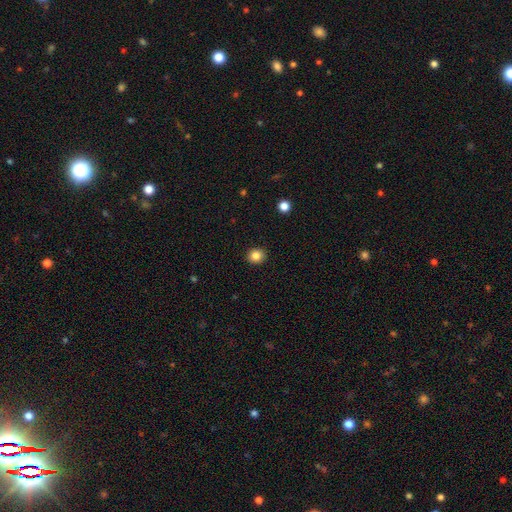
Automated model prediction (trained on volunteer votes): Smooth or featured?
  - smooth: 84% *
  - star or artifact: 11%
  - featured or disk: 5%
How rounded?
  - round: 77% *
  - in between: 22%
  - cigar-shaped: 1%
Merging?
  - none: 91% *
  - minor disturbance: 6%
  - major disturbance: 2%
  - merger: 1%